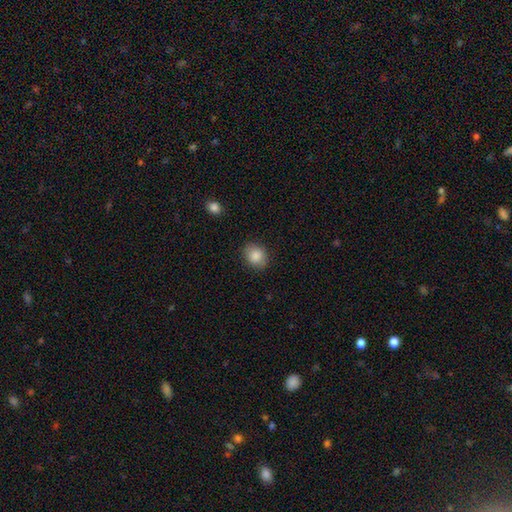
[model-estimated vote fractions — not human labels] Smooth or featured? Predicted: smooth (p=0.86). How rounded? Predicted: round (p=0.54). Merging? Predicted: none (p=0.86).